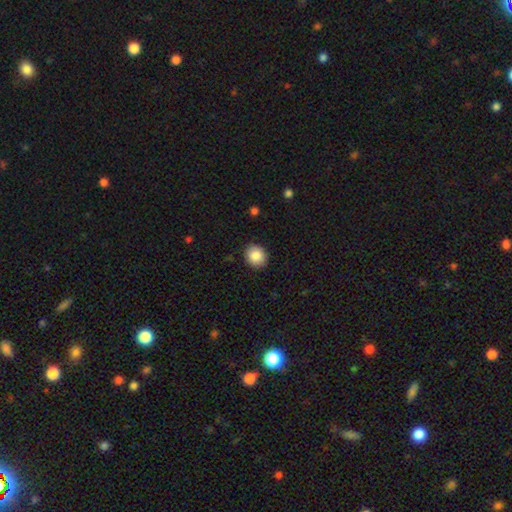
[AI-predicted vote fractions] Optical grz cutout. It shows a smooth galaxy with no disk features (87%) that is round (75%). Merging: none (91%).